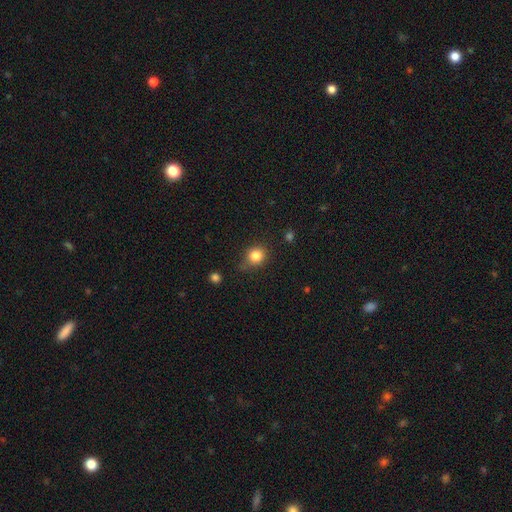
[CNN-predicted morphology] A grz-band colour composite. It shows a smooth galaxy with no disk features (83%) that is round (81%). Merging: none (71%).